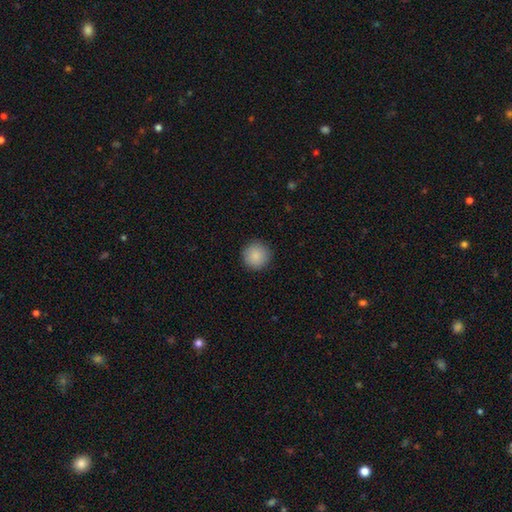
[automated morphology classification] smooth 88%, star or artifact 7%, featured or disk 4%. Down the decision tree: how rounded — round (95%); merging — none (91%).